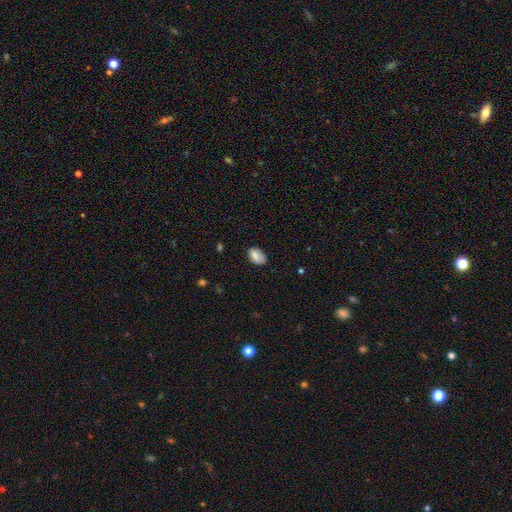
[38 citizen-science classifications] A smooth galaxy with no disk features (84%) that is in between round and cigar-shaped (78%). Merging: none (74%).